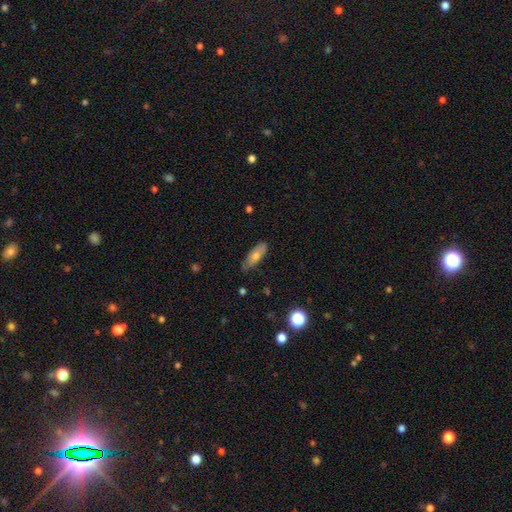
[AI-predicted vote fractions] Smooth or featured?
  - smooth: 64% *
  - featured or disk: 29%
  - star or artifact: 8%
How rounded?
  - in between: 66% *
  - cigar-shaped: 31%
  - round: 3%
Merging?
  - none: 77% *
  - minor disturbance: 18%
  - major disturbance: 3%
  - merger: 1%